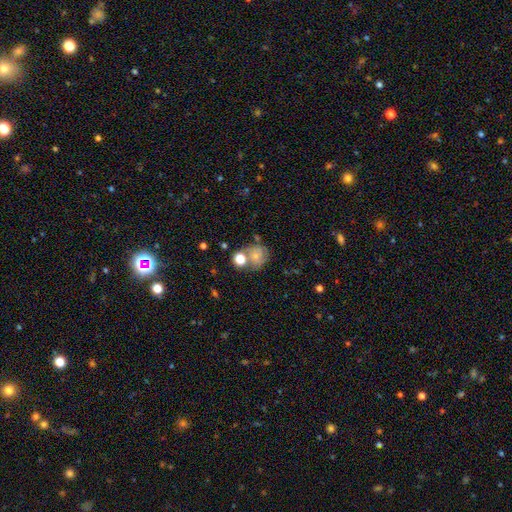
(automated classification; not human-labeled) Smooth or featured: smooth — 61% (featured or disk — 27%)
How rounded: round — 72% (in between — 27%)
Merging: none — 43% (merger — 29%)